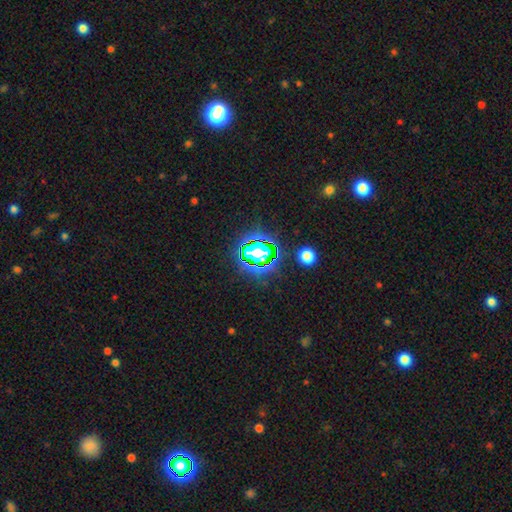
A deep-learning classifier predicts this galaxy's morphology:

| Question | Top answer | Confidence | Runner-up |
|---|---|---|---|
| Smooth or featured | star or artifact | 81% | smooth (13%) |